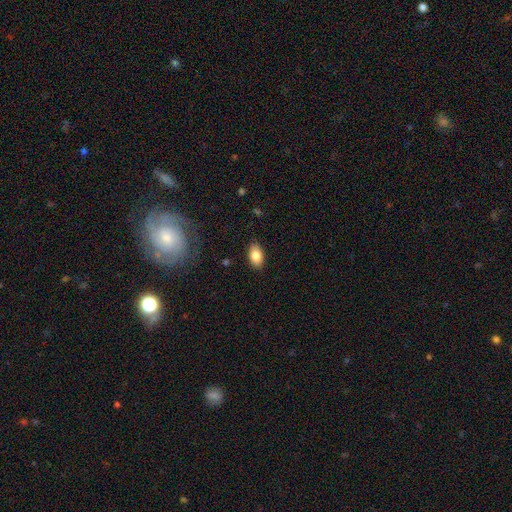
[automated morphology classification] Smooth or featured?
  - smooth: 83% *
  - featured or disk: 9%
  - star or artifact: 7%
How rounded?
  - in between: 92% *
  - round: 7%
  - cigar-shaped: 2%
Merging?
  - none: 87% *
  - minor disturbance: 10%
  - major disturbance: 2%
  - merger: 1%